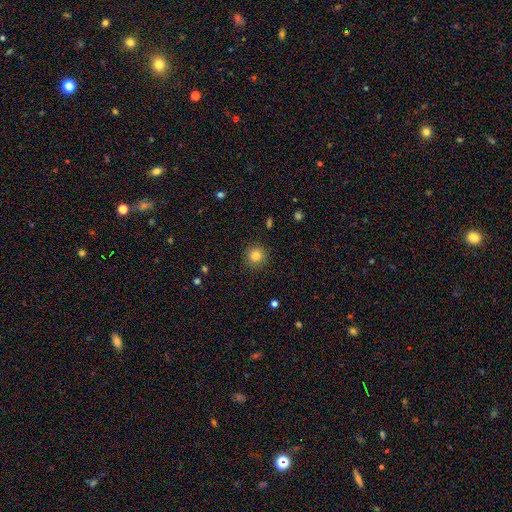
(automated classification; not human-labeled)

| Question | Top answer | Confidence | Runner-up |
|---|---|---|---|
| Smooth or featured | smooth | 84% | star or artifact (11%) |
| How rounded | round | 94% | in between (5%) |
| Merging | none | 90% | minor disturbance (7%) |